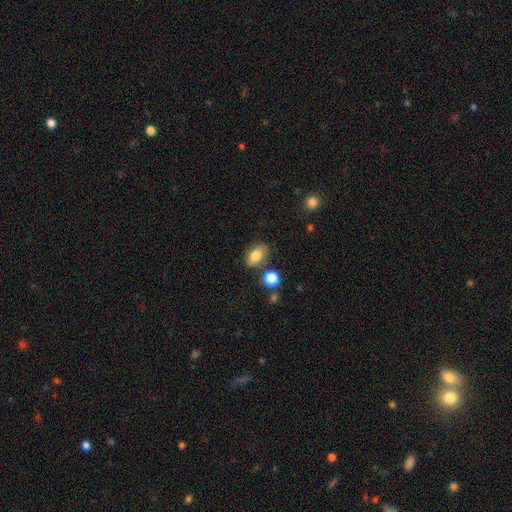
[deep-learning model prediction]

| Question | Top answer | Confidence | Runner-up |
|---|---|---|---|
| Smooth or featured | smooth | 78% | featured or disk (13%) |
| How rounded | in between | 84% | round (14%) |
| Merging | none | 75% | minor disturbance (15%) |